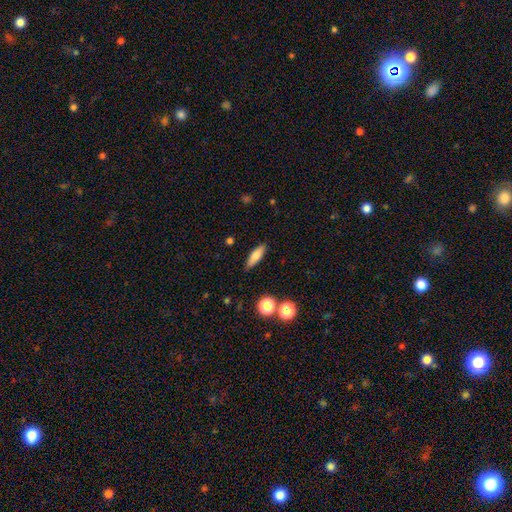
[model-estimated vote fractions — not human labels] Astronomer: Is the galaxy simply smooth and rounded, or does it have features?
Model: smooth — 74%.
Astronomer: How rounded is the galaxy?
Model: cigar-shaped — 54% (runner-up: in between, 42%).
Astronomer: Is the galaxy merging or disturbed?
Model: none — 86%.